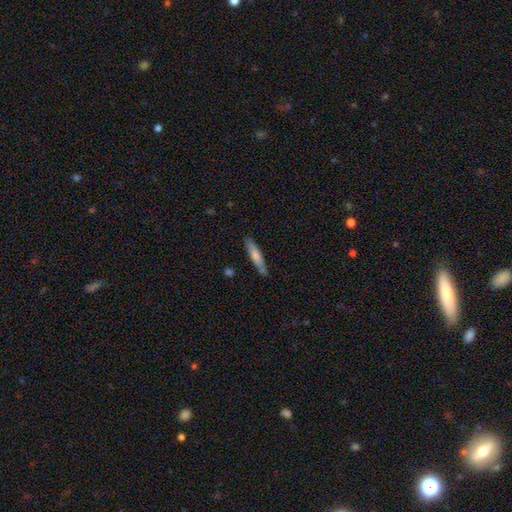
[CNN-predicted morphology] A smooth galaxy with no disk features (72%) that is cigar-shaped (86%).

Vote fractions:
- Smooth or featured? smooth: 72% / featured or disk: 22% / star or artifact: 5%
- How rounded? cigar-shaped: 86% / in between: 13% / round: 1%
- Merging? none: 81% / minor disturbance: 15% / major disturbance: 2% / merger: 2%